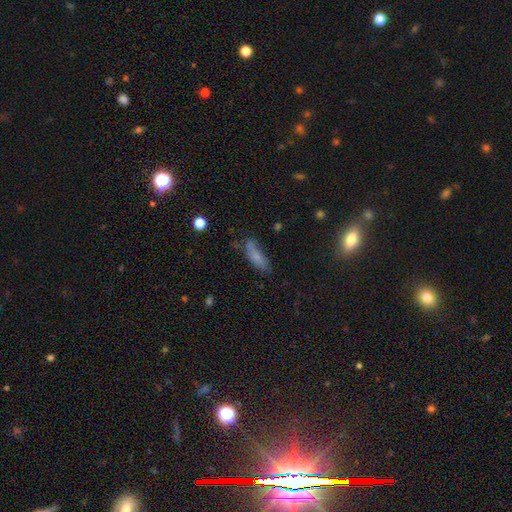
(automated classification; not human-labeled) This is likely a smooth galaxy (73%). How rounded: possibly in between (49%). Merging: possibly none (57%).